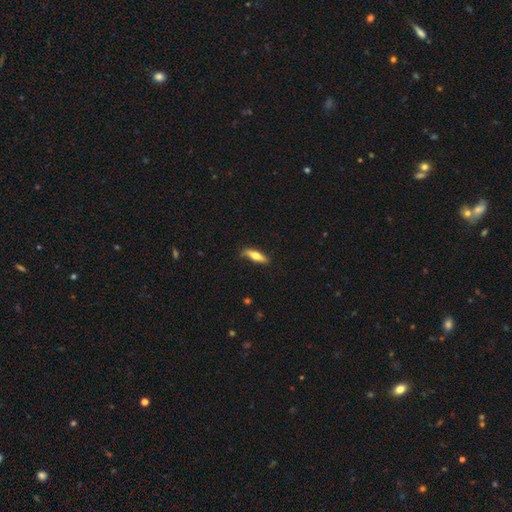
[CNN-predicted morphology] This appears to be a smooth galaxy with no disk features (61%) that is cigar-shaped (62%). Merging: none (82%).